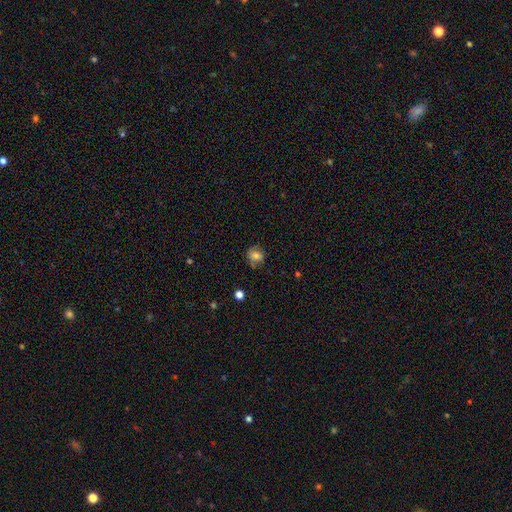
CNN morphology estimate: Q: Smooth or featured?
A: smooth (70%); runner-up: featured or disk (19%)
Q: How rounded?
A: round (73%); runner-up: in between (26%)
Q: Merging?
A: none (67%); runner-up: minor disturbance (23%)